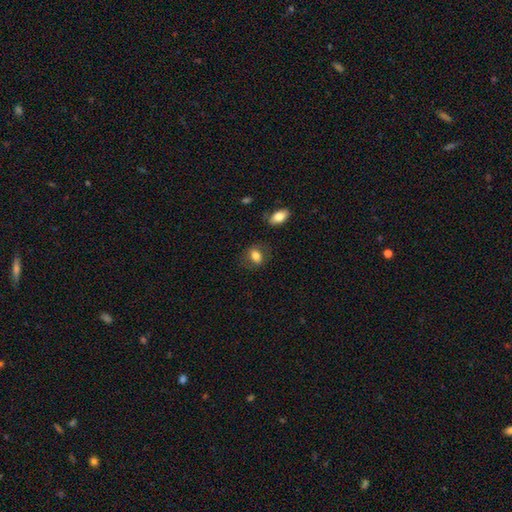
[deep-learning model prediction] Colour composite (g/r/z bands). It shows a smooth galaxy with no disk features (78%) that is in between round and cigar-shaped (74%). Merging: none (77%).